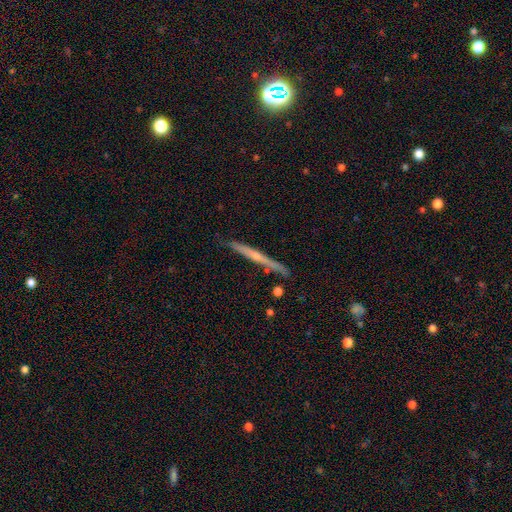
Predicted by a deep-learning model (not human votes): smooth-or-featured: featured or disk: 67% | smooth: 27% | star or artifact: 6%
  disk-edge-on: yes: 97% | no: 3%
    edge-on-bulge: rounded: 51% | none: 44% | boxy: 5%
  merging: none: 85% | minor disturbance: 11% | merger: 2% | major disturbance: 2%